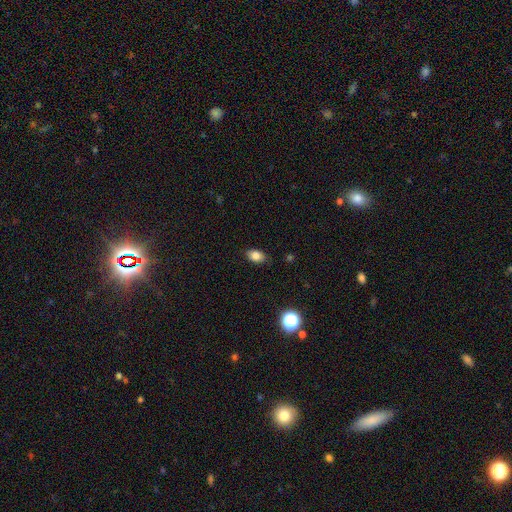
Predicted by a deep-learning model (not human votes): Morphology: type=smooth (82%); roundness=in between (85%); merging=none (83%).